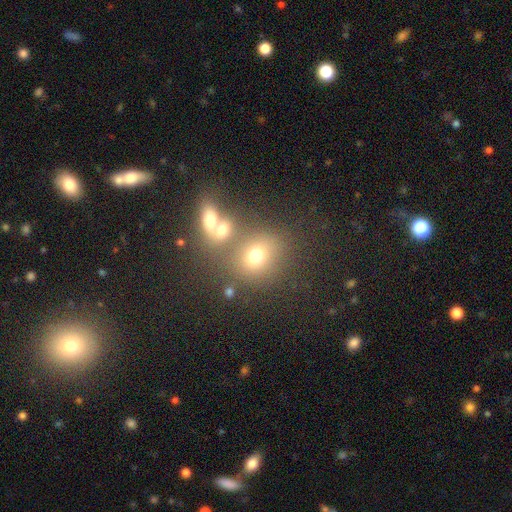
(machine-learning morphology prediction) Smooth or featured? smooth (71%)
How rounded? round (68%)
Merging? none (54%)